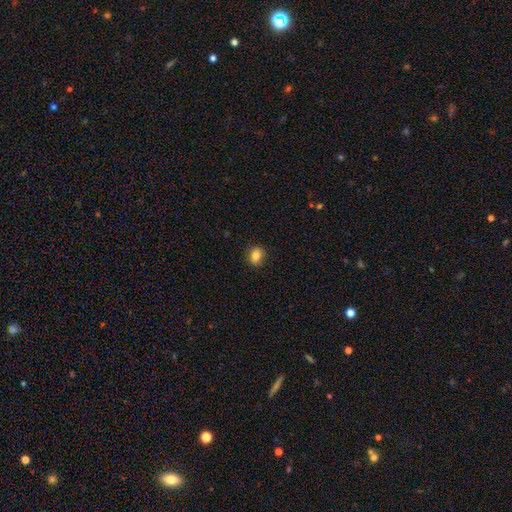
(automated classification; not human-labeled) Smooth or featured? smooth (79%)
How rounded? round (57%)
Merging? none (87%)